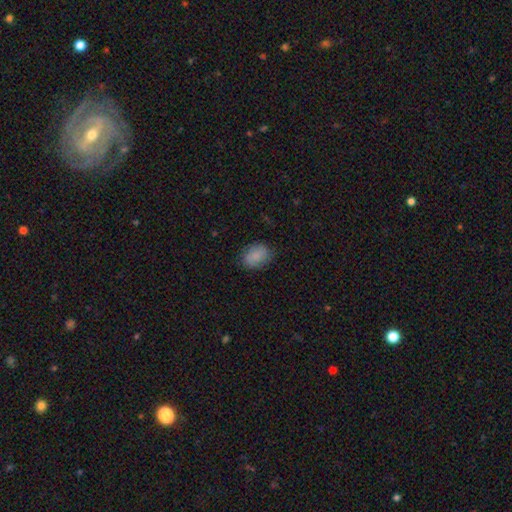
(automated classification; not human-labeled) Smooth or featured?
  - smooth: 86% *
  - star or artifact: 8%
  - featured or disk: 6%
How rounded?
  - in between: 75% *
  - round: 24%
  - cigar-shaped: 1%
Merging?
  - none: 81% *
  - minor disturbance: 15%
  - major disturbance: 4%
  - merger: 1%